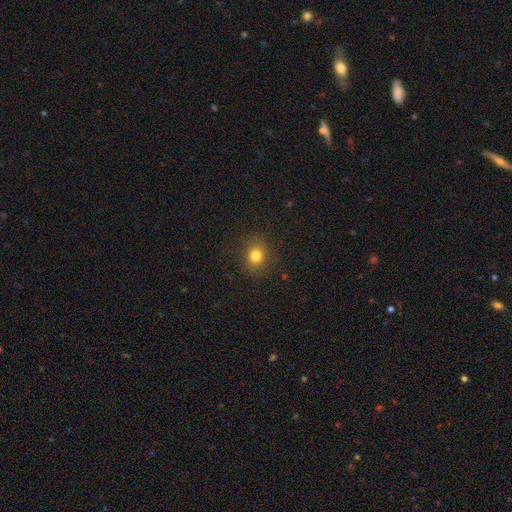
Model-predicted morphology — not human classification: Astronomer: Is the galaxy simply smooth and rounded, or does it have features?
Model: smooth — 80%.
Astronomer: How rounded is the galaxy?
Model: round — 75%.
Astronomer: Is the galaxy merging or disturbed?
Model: none — 87%.